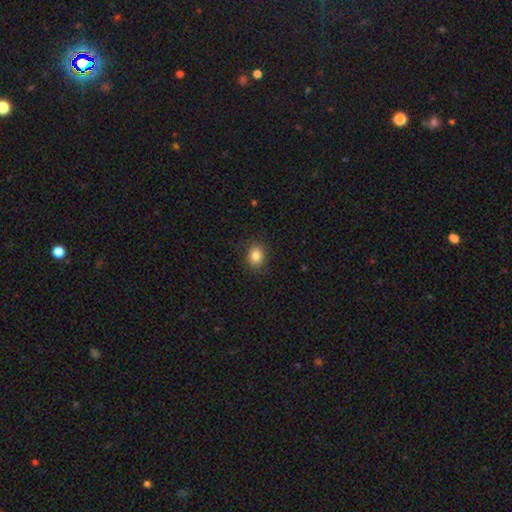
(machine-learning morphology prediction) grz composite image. It shows a smooth galaxy with no disk features (83%) that is round (53%). Merging: none (87%).